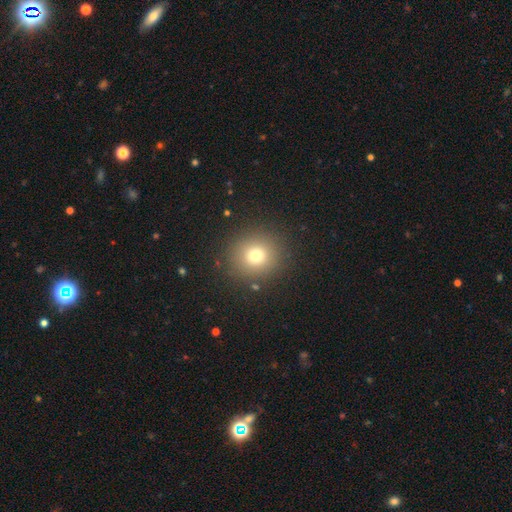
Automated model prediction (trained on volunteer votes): Q: Smooth or featured?
A: smooth (74%); runner-up: star or artifact (16%)
Q: How rounded?
A: round (90%); runner-up: in between (9%)
Q: Merging?
A: none (88%); runner-up: minor disturbance (7%)